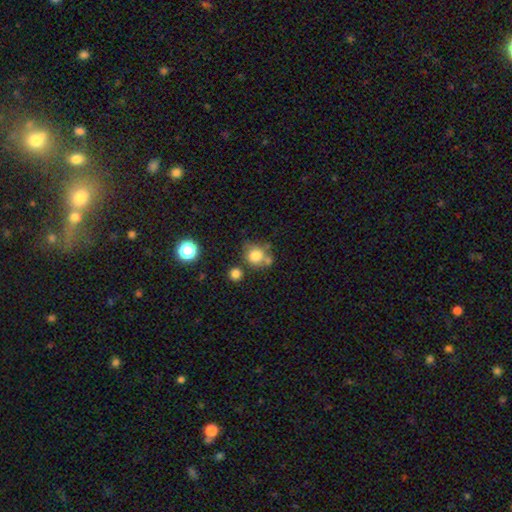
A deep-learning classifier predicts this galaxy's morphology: smooth-or-featured: smooth: 78% | star or artifact: 12% | featured or disk: 11%
  how-rounded: round: 80% | in between: 19% | cigar-shaped: 1%
  merging: none: 53% | merger: 25% | minor disturbance: 16% | major disturbance: 7%